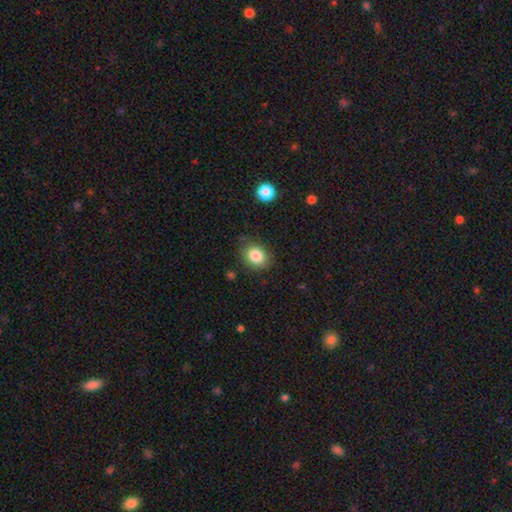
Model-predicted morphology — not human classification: Smooth or featured? Predicted: smooth (p=0.85). How rounded? Predicted: round (p=0.51). Merging? Predicted: none (p=0.81).